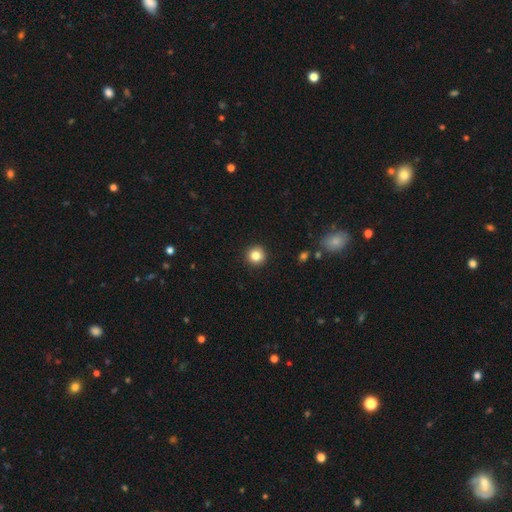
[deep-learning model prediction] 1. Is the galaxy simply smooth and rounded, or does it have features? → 83% smooth, 11% star or artifact, 6% featured or disk.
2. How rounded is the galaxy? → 95% round, 4% in between, 1% cigar-shaped.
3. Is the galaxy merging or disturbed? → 93% none, 5% minor disturbance, 2% major disturbance, 1% merger.